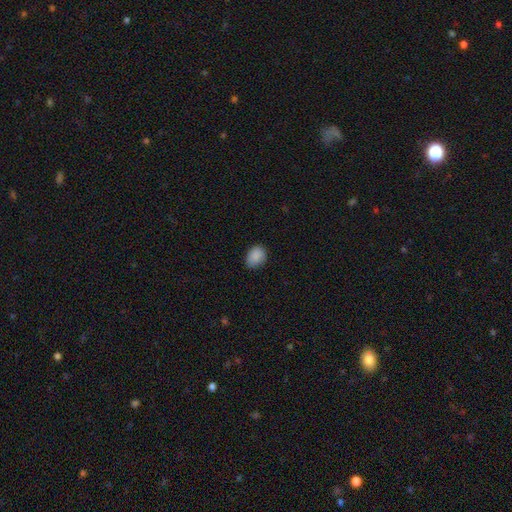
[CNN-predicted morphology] The model was most divided on "how rounded": in between: 63%, round: 36%, cigar-shaped: 1%. More confident: smooth or featured — smooth (88%); merging — none (75%).